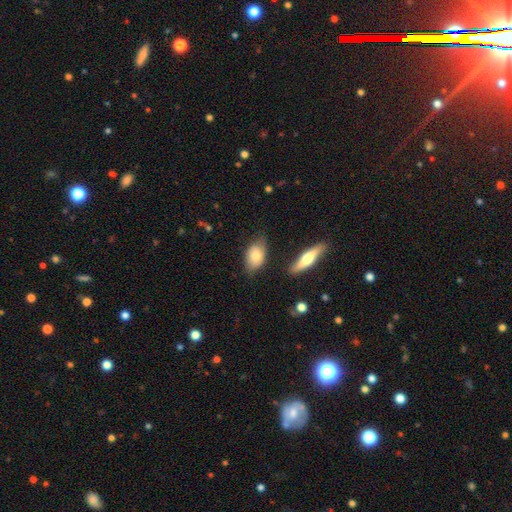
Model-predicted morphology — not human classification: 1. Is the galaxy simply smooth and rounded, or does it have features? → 76% smooth, 17% featured or disk, 6% star or artifact.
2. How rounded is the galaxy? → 88% in between, 9% round, 3% cigar-shaped.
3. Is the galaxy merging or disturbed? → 66% none, 25% minor disturbance, 5% major disturbance, 4% merger.